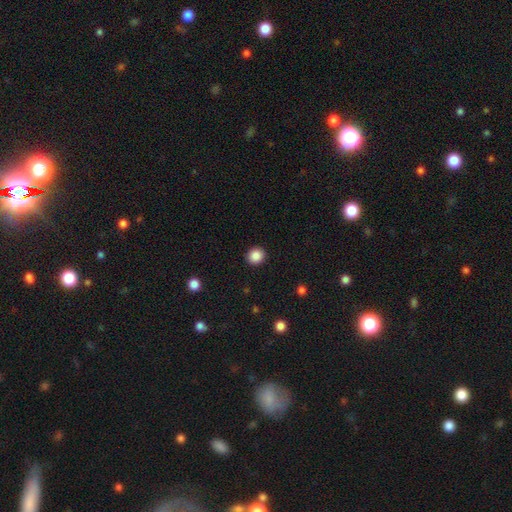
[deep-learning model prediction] Smooth or featured?
  - smooth: 87% *
  - star or artifact: 10%
  - featured or disk: 3%
How rounded?
  - round: 87% *
  - in between: 12%
  - cigar-shaped: 1%
Merging?
  - none: 93% *
  - minor disturbance: 5%
  - major disturbance: 2%
  - merger: 1%